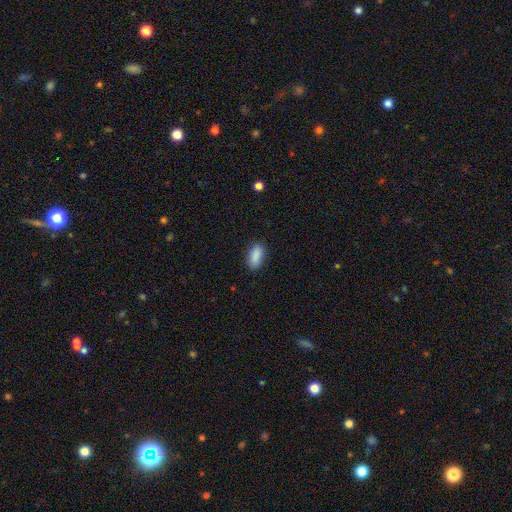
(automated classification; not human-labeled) Smooth or featured: smooth — 89% (star or artifact — 7%)
How rounded: in between — 86% (cigar-shaped — 11%)
Merging: none — 87% (minor disturbance — 10%)